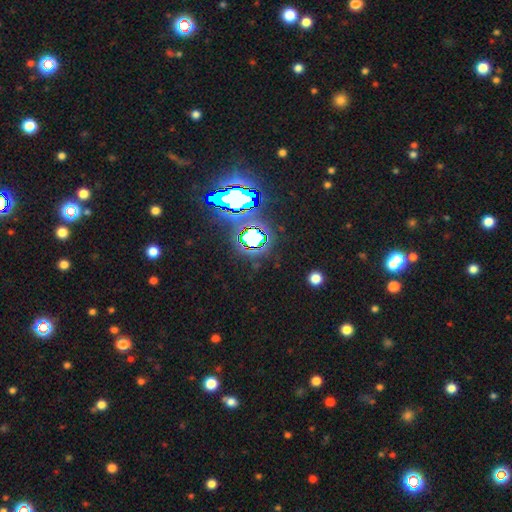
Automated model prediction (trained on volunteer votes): Q: Smooth or featured?
A: star or artifact (81%); runner-up: smooth (11%)